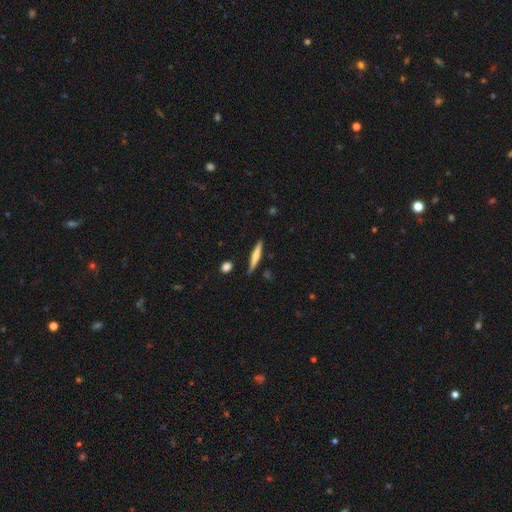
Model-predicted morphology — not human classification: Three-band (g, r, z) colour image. It shows a smooth galaxy with no disk features (49%). Merging: none (86%).